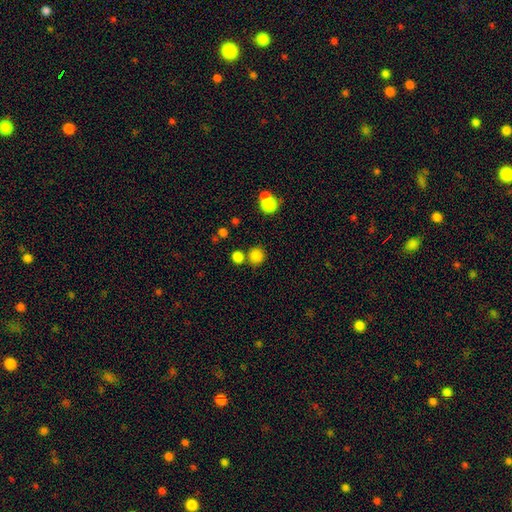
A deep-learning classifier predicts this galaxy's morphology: This is clearly a smooth galaxy (83%). How rounded: clearly round (89%). Merging: likely none (70%).